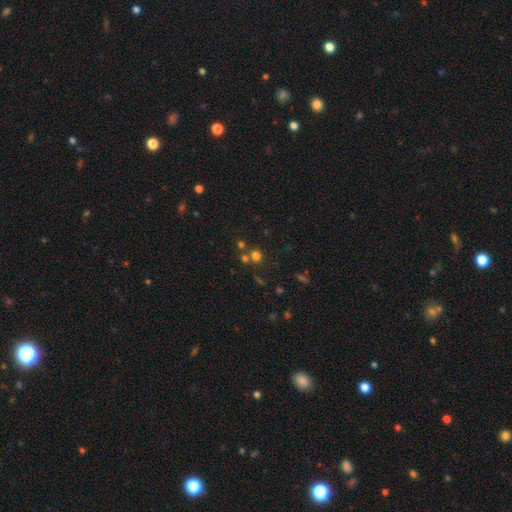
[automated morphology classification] smooth-or-featured: smooth: 67% | star or artifact: 24% | featured or disk: 9%
  how-rounded: round: 83% | in between: 16% | cigar-shaped: 1%
  merging: none: 62% | merger: 26% | minor disturbance: 8% | major disturbance: 4%